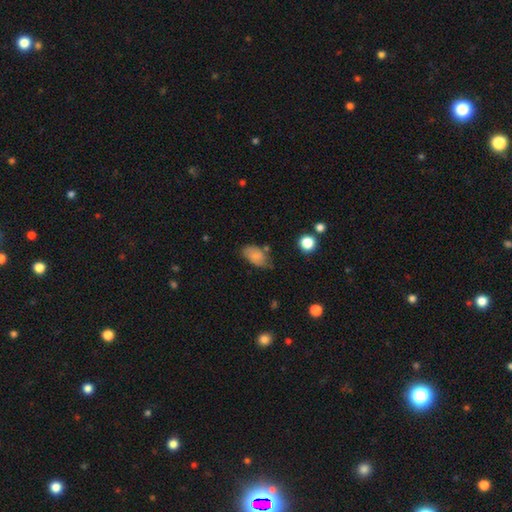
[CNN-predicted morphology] This is likely a smooth galaxy (76%). How rounded: clearly in between (91%). Merging: likely none (62%).